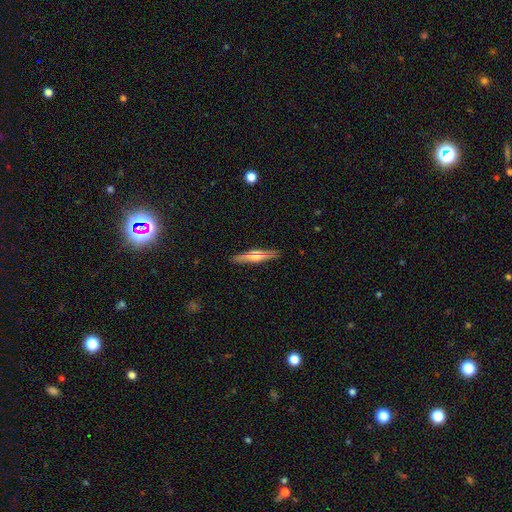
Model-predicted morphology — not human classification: smooth-or-featured: featured or disk: 57% | smooth: 36% | star or artifact: 7%
  disk-edge-on: yes: 94% | no: 6%
    edge-on-bulge: rounded: 82% | none: 11% | boxy: 7%
  merging: none: 88% | minor disturbance: 9% | major disturbance: 2% | merger: 1%